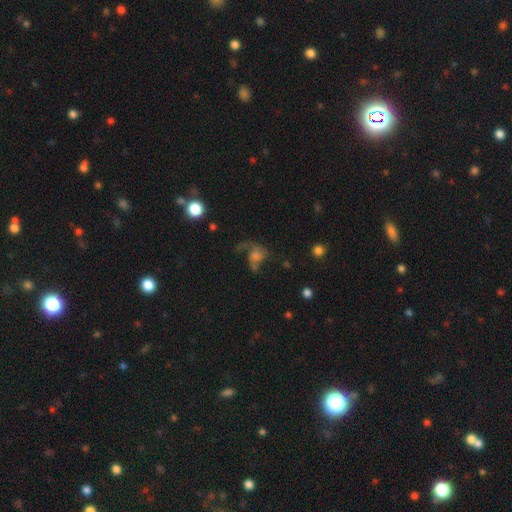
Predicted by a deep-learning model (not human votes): Smooth or featured?
  - featured or disk: 46% *
  - smooth: 34%
  - star or artifact: 19%
Merging?
  - major disturbance: 43% *
  - none: 33%
  - minor disturbance: 16%
  - merger: 8%